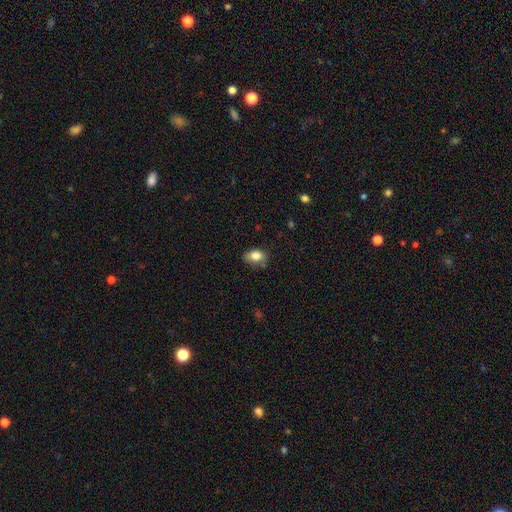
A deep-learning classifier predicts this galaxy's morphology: smooth-or-featured: smooth: 81% | featured or disk: 10% | star or artifact: 9%
  how-rounded: in between: 77% | round: 22% | cigar-shaped: 1%
  merging: none: 69% | minor disturbance: 24% | major disturbance: 5% | merger: 2%